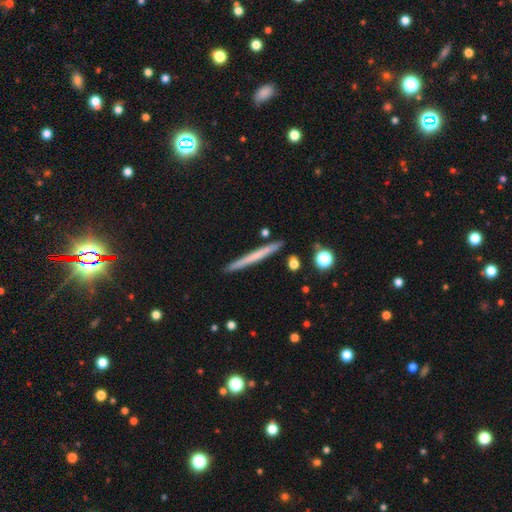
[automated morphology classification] Smooth or featured: smooth — 55% (featured or disk — 39%)
How rounded: cigar-shaped — 97% (in between — 2%)
Merging: none — 90% (minor disturbance — 7%)